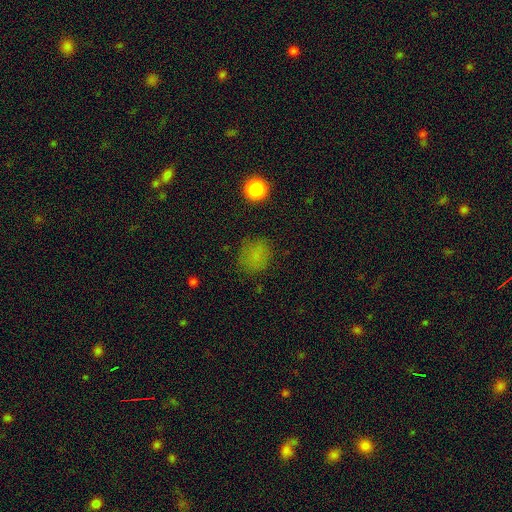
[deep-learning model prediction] Q: Smooth or featured?
A: smooth (73%); runner-up: star or artifact (20%)
Q: How rounded?
A: round (75%); runner-up: in between (24%)
Q: Merging?
A: none (76%); runner-up: minor disturbance (16%)